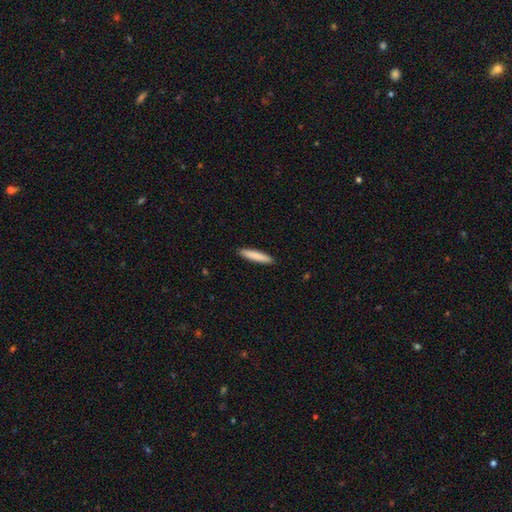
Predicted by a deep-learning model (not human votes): Smooth or featured?
  - smooth: 84% *
  - featured or disk: 11%
  - star or artifact: 5%
How rounded?
  - cigar-shaped: 90% *
  - in between: 9%
  - round: 1%
Merging?
  - none: 92% *
  - minor disturbance: 5%
  - major disturbance: 1%
  - merger: 1%